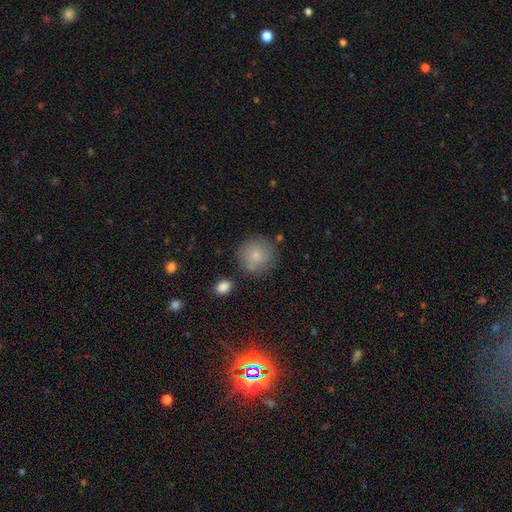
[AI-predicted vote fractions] smooth-or-featured: smooth: 80% | featured or disk: 12% | star or artifact: 8%
  how-rounded: round: 92% | in between: 7% | cigar-shaped: 1%
  merging: none: 77% | minor disturbance: 14% | merger: 5% | major disturbance: 4%